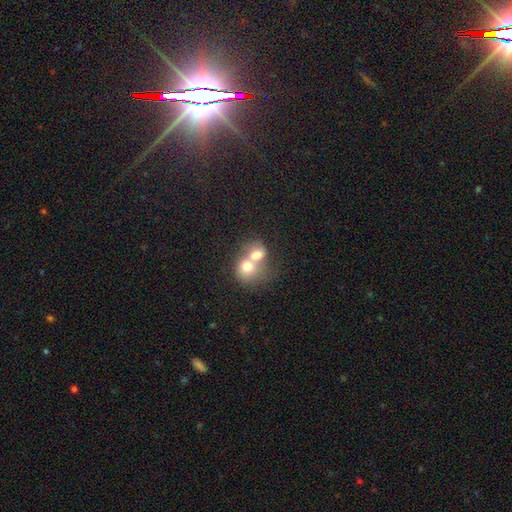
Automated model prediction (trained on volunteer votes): Morphology: type=smooth (57%); roundness=round (68%); merging=merger (71%).